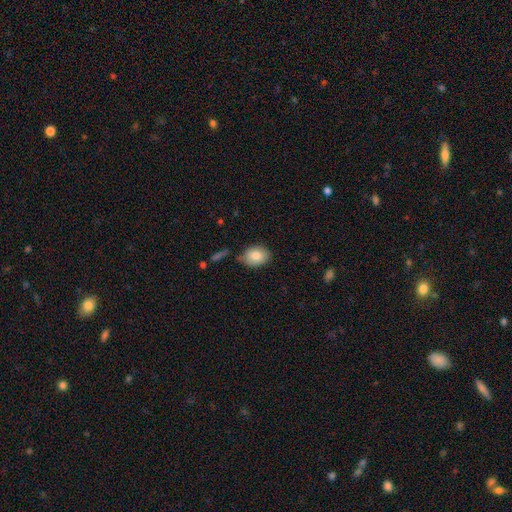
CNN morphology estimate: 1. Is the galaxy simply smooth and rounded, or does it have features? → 81% smooth, 12% featured or disk, 8% star or artifact.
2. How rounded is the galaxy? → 63% in between, 36% round, 1% cigar-shaped.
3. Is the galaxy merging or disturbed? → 79% none, 14% minor disturbance, 4% merger, 3% major disturbance.